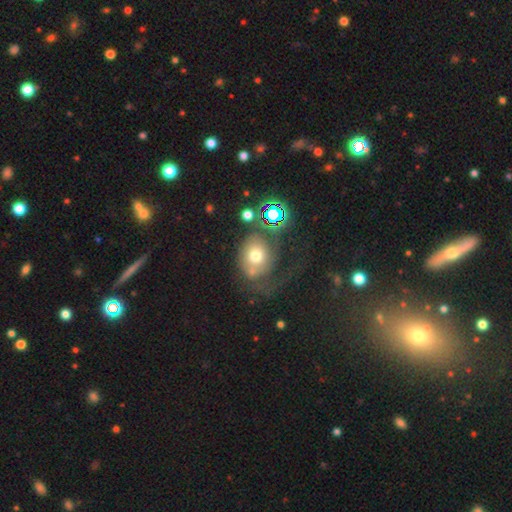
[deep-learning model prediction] The model was most divided on "merging": none: 37%, major disturbance: 31%, minor disturbance: 18%, merger: 13%. More confident: how rounded — round (60%); smooth or featured — smooth (55%).